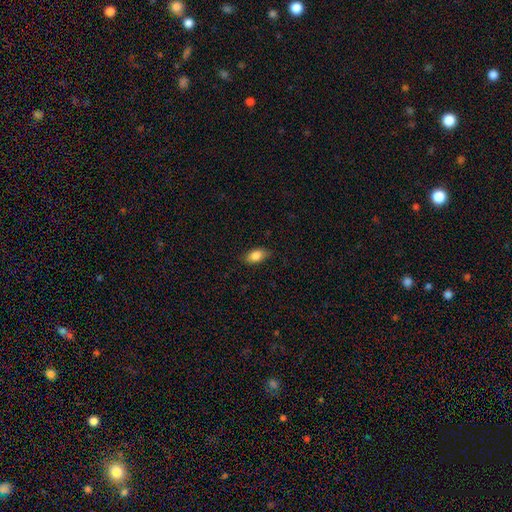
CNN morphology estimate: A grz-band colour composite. It shows a smooth galaxy with no disk features (85%) that is in between round and cigar-shaped (88%). Merging: none (83%).